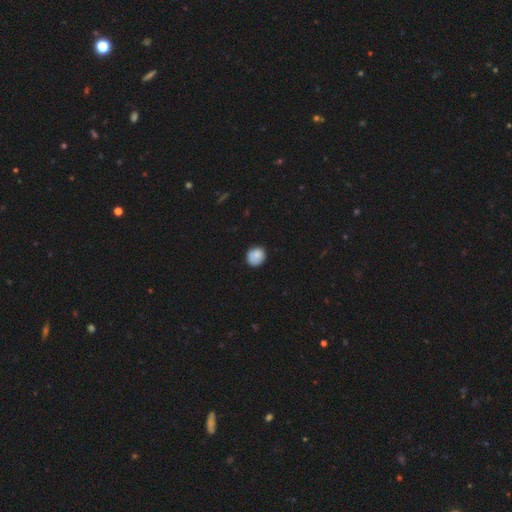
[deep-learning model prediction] Overall: smooth (85%). How rounded: round (80%). Merging: none (79%).